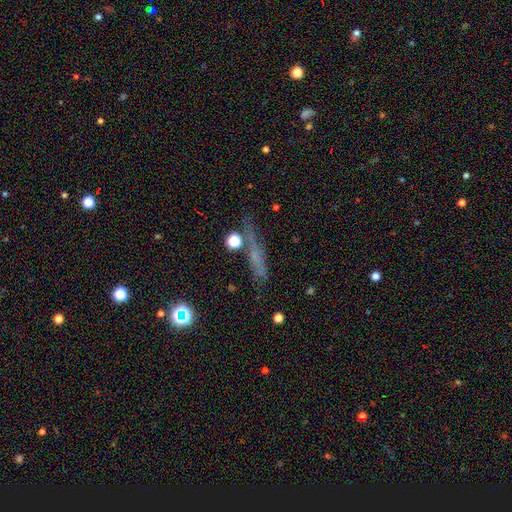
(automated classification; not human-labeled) A smooth galaxy with no disk features (41%). Merging: none (69%).